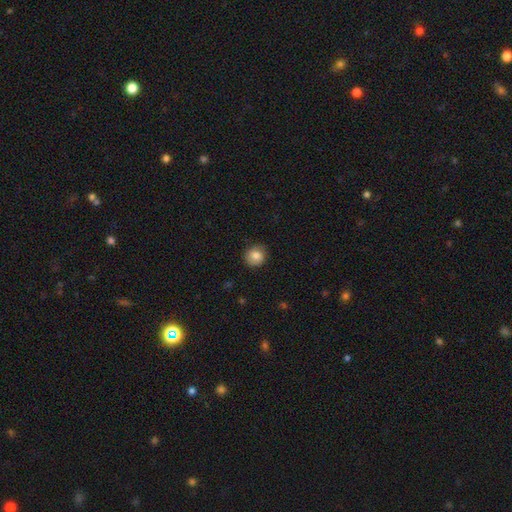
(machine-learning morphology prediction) The model was most divided on "smooth or featured": smooth: 79%, featured or disk: 12%, star or artifact: 8%. More confident: how rounded — round (85%); merging — none (82%).